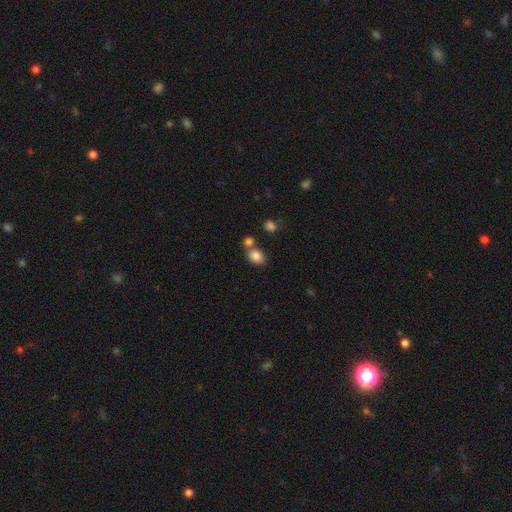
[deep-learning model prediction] Smooth or featured?
  - smooth: 84% *
  - star or artifact: 10%
  - featured or disk: 7%
How rounded?
  - in between: 63% *
  - round: 35%
  - cigar-shaped: 1%
Merging?
  - none: 50% *
  - merger: 35%
  - minor disturbance: 11%
  - major disturbance: 4%